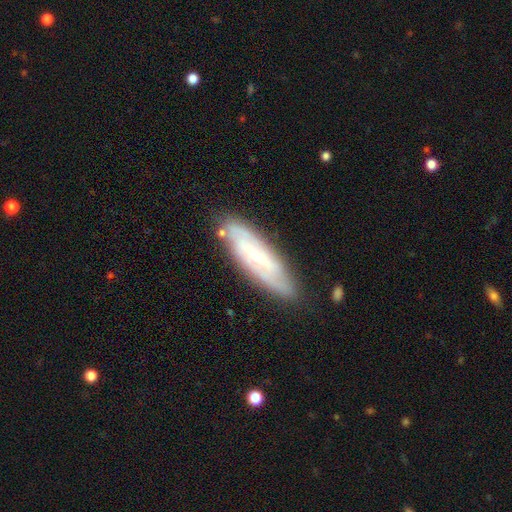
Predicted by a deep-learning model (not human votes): Morphology: type=featured or disk (62%); edge-on=no (68%); merging=none (78%).